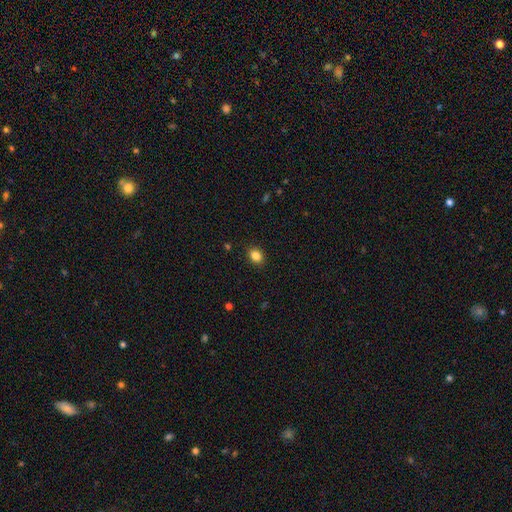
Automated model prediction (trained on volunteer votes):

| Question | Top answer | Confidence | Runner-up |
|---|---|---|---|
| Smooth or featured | smooth | 85% | star or artifact (10%) |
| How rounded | in between | 53% | round (46%) |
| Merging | none | 90% | minor disturbance (7%) |